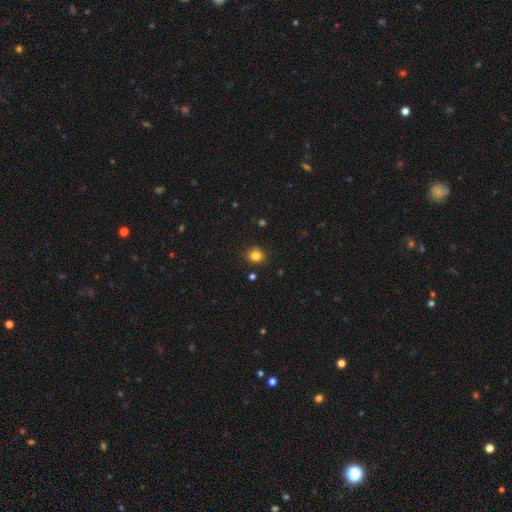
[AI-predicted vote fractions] This is clearly a smooth galaxy (82%). How rounded: clearly round (81%). Merging: clearly none (88%).